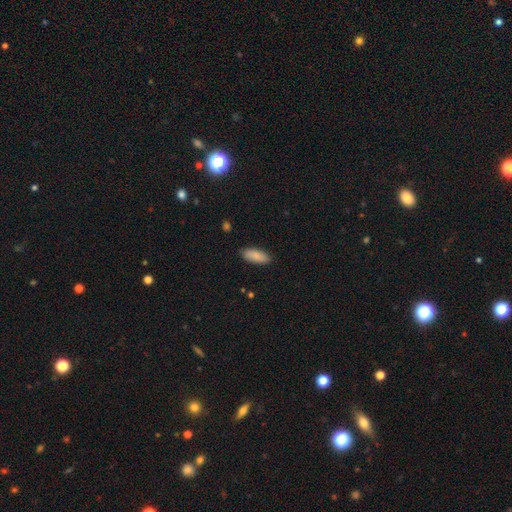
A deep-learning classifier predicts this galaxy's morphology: Smooth or featured?
  - smooth: 86% *
  - featured or disk: 7%
  - star or artifact: 6%
How rounded?
  - in between: 77% *
  - cigar-shaped: 21%
  - round: 2%
Merging?
  - none: 87% *
  - minor disturbance: 10%
  - major disturbance: 2%
  - merger: 1%